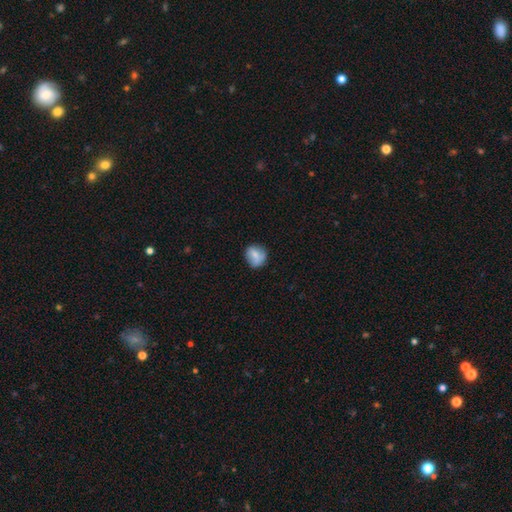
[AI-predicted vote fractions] smooth 71%, featured or disk 20%, star or artifact 8%. Down the decision tree: how rounded — round (73%); merging — none (72%).